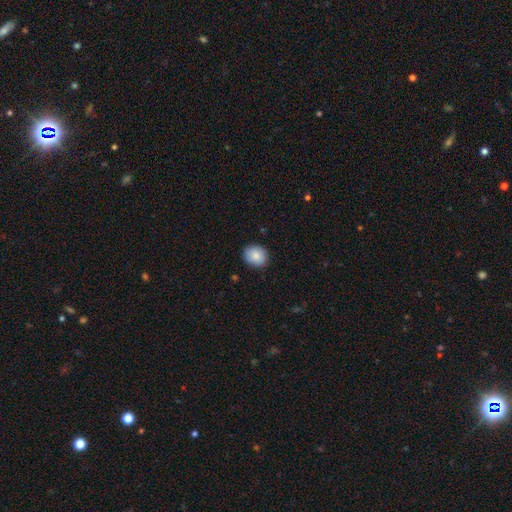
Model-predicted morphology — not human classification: type=smooth (86%); roundness=round (66%); merging=none (88%).